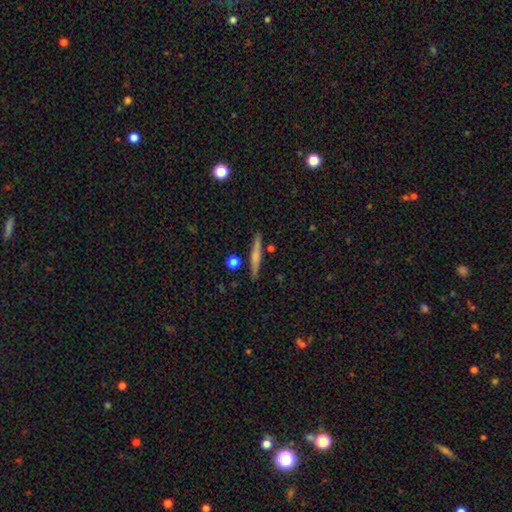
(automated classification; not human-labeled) Smooth or featured: smooth — 53% (featured or disk — 41%)
How rounded: cigar-shaped — 93% (in between — 4%)
Merging: none — 87% (minor disturbance — 8%)